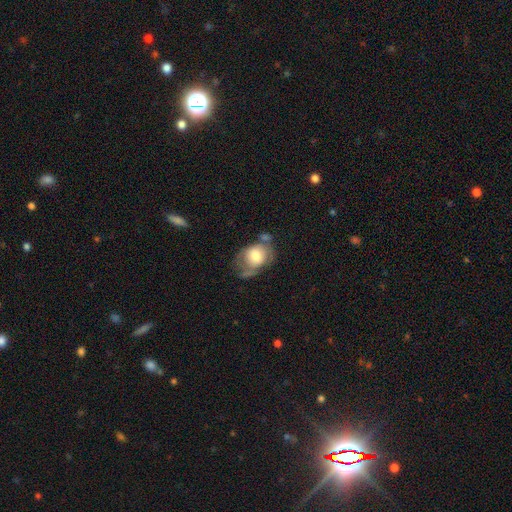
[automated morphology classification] Smooth or featured?
  - smooth: 61% *
  - featured or disk: 32%
  - star or artifact: 7%
How rounded?
  - in between: 59% *
  - round: 40%
  - cigar-shaped: 1%
Merging?
  - none: 30% *
  - minor disturbance: 27%
  - major disturbance: 25%
  - merger: 18%